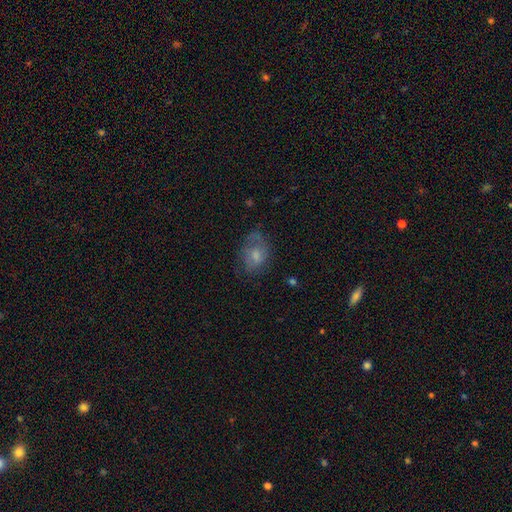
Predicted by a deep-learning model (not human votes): Smooth or featured: smooth — 51% (featured or disk — 40%)
How rounded: in between — 72% (round — 26%)
Merging: none — 52% (minor disturbance — 26%)